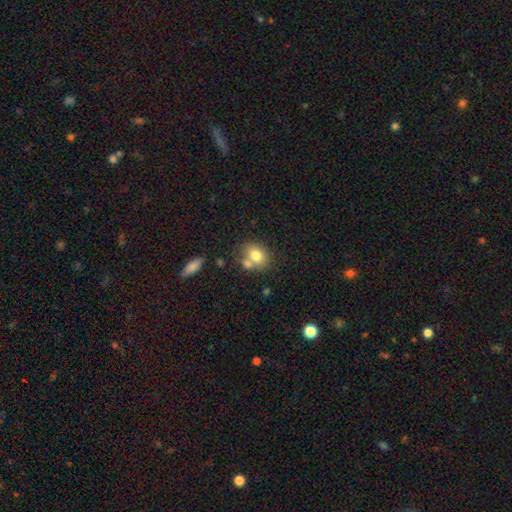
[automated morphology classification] Smooth or featured? smooth (77%)
How rounded? in between (56%)
Merging? none (49%)